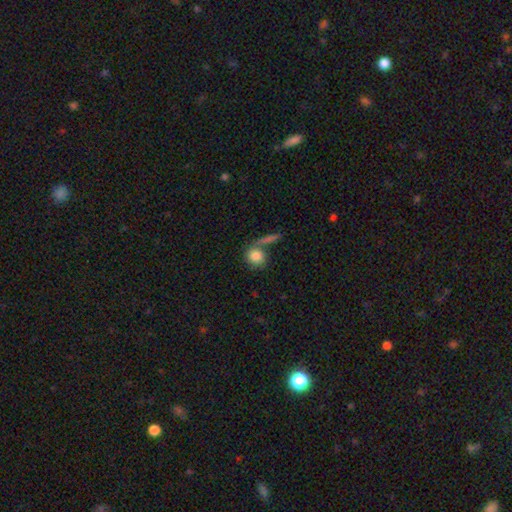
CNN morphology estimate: smooth 82%, featured or disk 10%, star or artifact 8%. Down the decision tree: how rounded — round (72%); merging — none (52%).